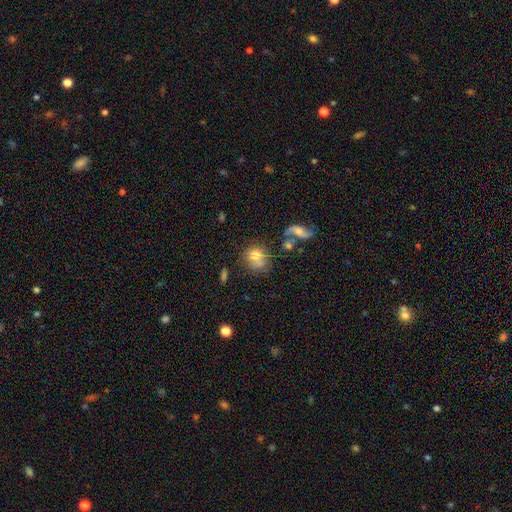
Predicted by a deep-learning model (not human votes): Smooth or featured? Predicted: smooth (p=0.70). How rounded? Predicted: round (p=0.72). Merging? Predicted: none (p=0.45).